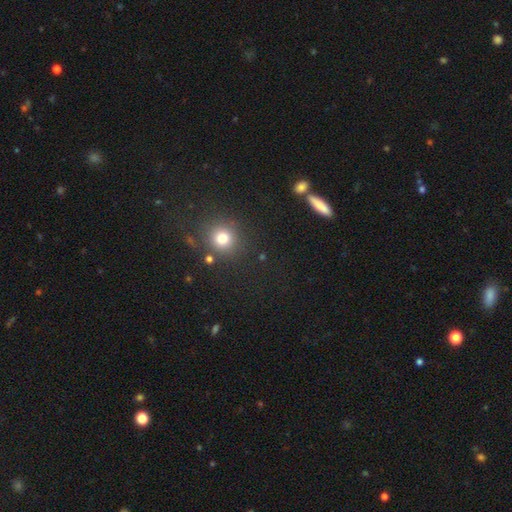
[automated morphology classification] smooth_or_featured: smooth (p=0.55) [alt: star or artifact p=0.36]
how_rounded: round (p=0.87) [alt: in between p=0.11]
merging: none (p=0.79) [alt: minor disturbance p=0.10]